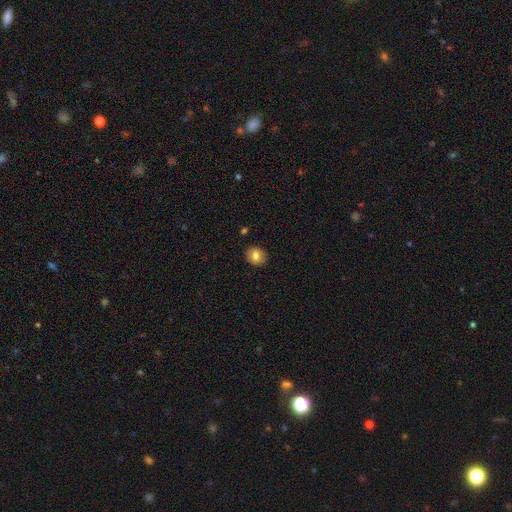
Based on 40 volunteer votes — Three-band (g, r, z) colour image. It shows a smooth galaxy with no disk features (78%) that is round (77%). Merging: none (89%).